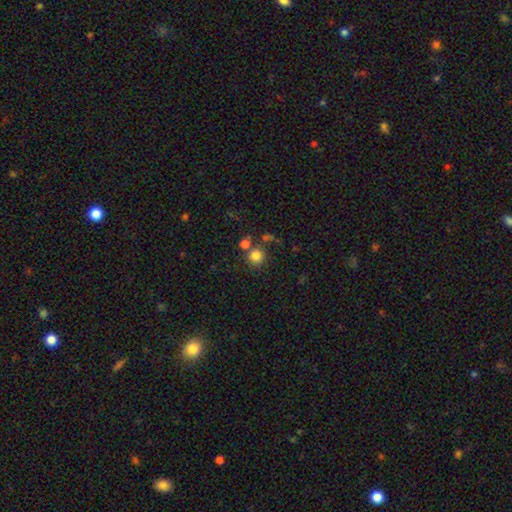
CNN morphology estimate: Overall: smooth (82%). How rounded: round (91%). Merging: none (70%).